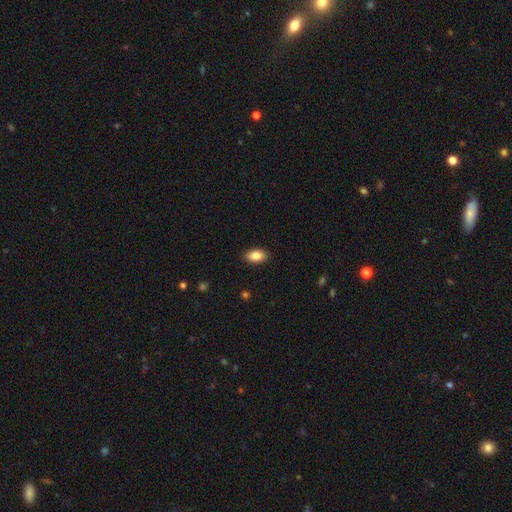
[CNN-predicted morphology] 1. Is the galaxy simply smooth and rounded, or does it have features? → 86% smooth, 7% star or artifact, 6% featured or disk.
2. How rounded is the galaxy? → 92% in between, 6% round, 2% cigar-shaped.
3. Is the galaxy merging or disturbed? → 89% none, 8% minor disturbance, 2% major disturbance, 1% merger.